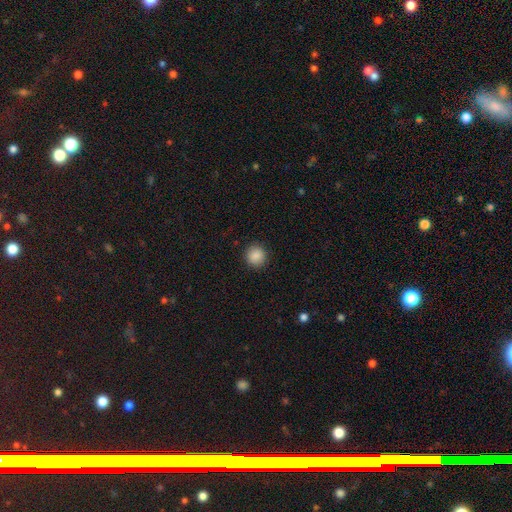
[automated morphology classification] This appears to be a smooth galaxy with no disk features (88%) that is round (92%). Merging: none (91%).